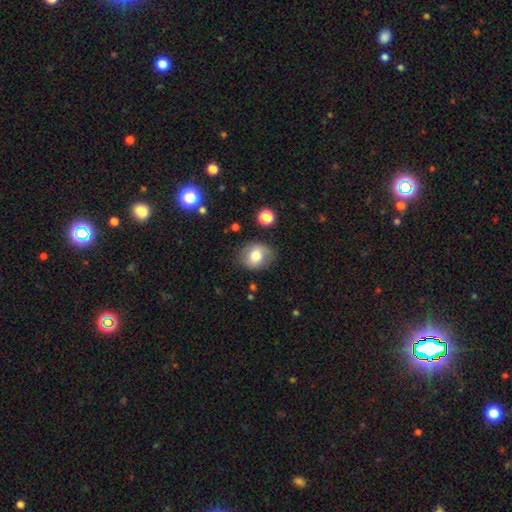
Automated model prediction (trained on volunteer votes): Smooth or featured: smooth — 73% (featured or disk — 18%)
How rounded: round — 62% (in between — 37%)
Merging: none — 76% (minor disturbance — 17%)